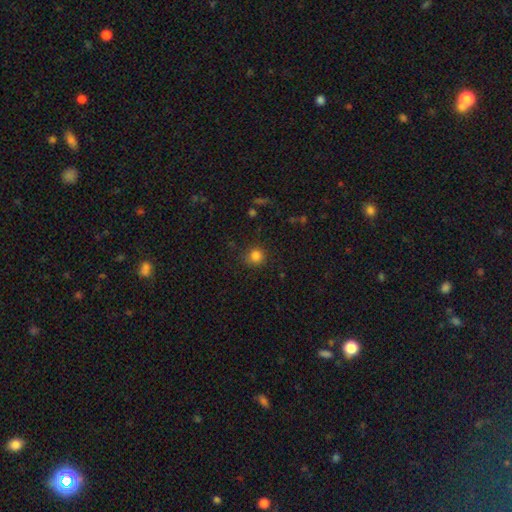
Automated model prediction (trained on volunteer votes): Smooth or featured? Predicted: smooth (p=0.83). How rounded? Predicted: round (p=0.90). Merging? Predicted: none (p=0.82).